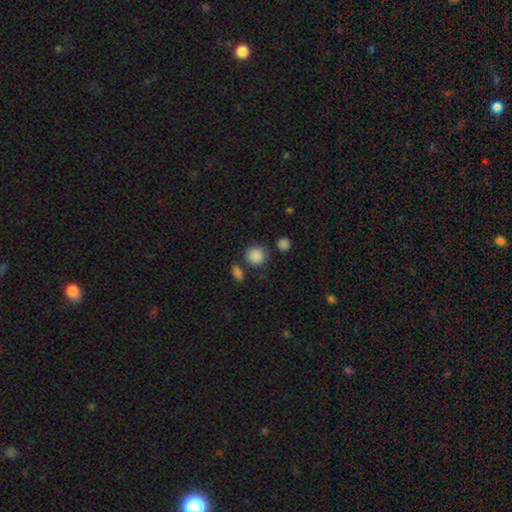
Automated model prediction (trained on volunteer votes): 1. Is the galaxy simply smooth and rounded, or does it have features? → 87% smooth, 9% star or artifact, 4% featured or disk.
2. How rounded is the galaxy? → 86% round, 12% in between, 1% cigar-shaped.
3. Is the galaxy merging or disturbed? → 75% none, 12% minor disturbance, 9% merger, 4% major disturbance.